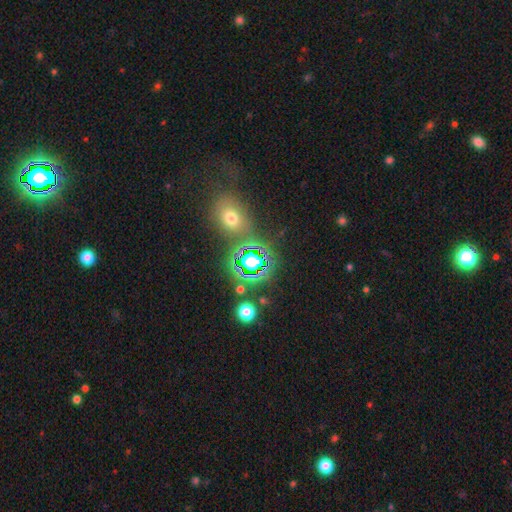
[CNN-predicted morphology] Smooth or featured: star or artifact — 63% (smooth — 26%)